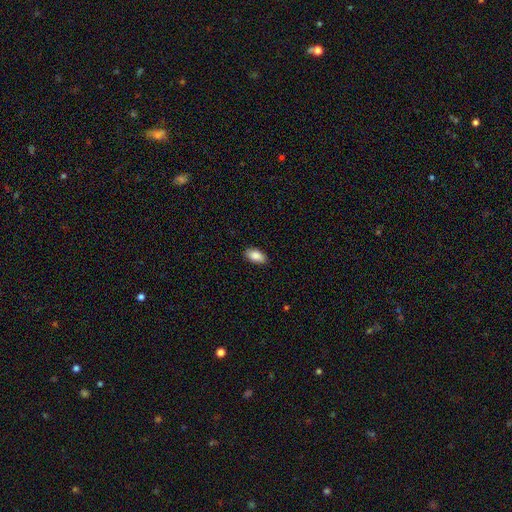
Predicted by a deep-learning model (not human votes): smooth 87%, star or artifact 7%, featured or disk 6%. Down the decision tree: how rounded — in between (93%); merging — none (88%).